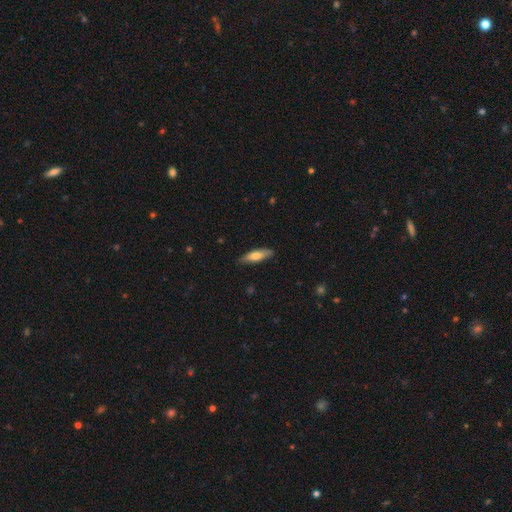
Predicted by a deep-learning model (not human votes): A smooth galaxy with no disk features (68%) that is cigar-shaped (63%).

Vote fractions:
- Smooth or featured? smooth: 68% / featured or disk: 26% / star or artifact: 6%
- How rounded? cigar-shaped: 63% / in between: 35% / round: 2%
- Merging? none: 85% / minor disturbance: 12% / major disturbance: 2% / merger: 1%